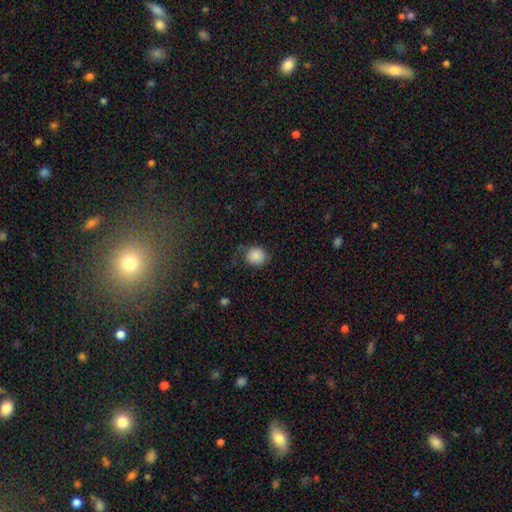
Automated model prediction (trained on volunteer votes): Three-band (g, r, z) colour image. It shows a smooth galaxy with no disk features (85%) that is round (83%). Merging: none (65%).